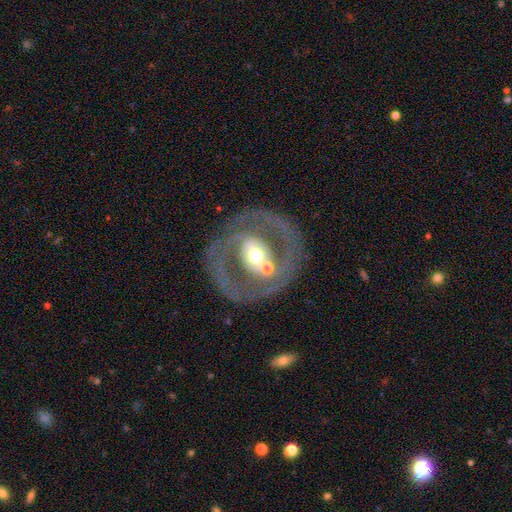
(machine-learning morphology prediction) A featured or disk galaxy (76%) with no bar (44%), spiral arms (58%) and a moderate central bulge (64%). Merging: none (72%).